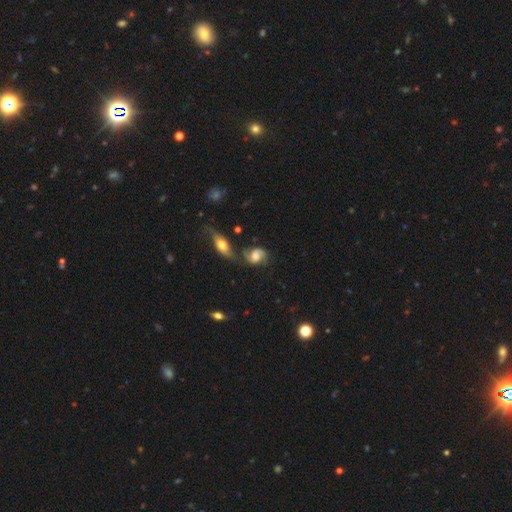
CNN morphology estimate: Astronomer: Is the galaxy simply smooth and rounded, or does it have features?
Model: featured or disk — 63%.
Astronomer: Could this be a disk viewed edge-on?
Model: no — 96%.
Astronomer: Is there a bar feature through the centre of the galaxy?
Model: no — 59%.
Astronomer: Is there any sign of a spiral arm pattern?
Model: yes — 91%.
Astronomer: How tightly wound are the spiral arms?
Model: medium — 45% (runner-up: loose, 37%).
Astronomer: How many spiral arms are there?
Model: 2 — 86%.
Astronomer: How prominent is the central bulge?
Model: large — 35% (runner-up: moderate, 33%).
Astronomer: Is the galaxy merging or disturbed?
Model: none — 45% (runner-up: merger, 25%).